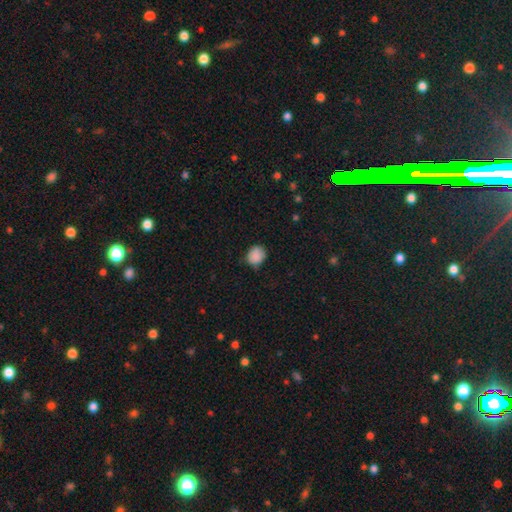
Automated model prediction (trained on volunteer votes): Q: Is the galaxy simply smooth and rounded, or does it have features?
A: smooth — 87%.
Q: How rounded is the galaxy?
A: round — 70%.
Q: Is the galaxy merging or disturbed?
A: none — 72%.